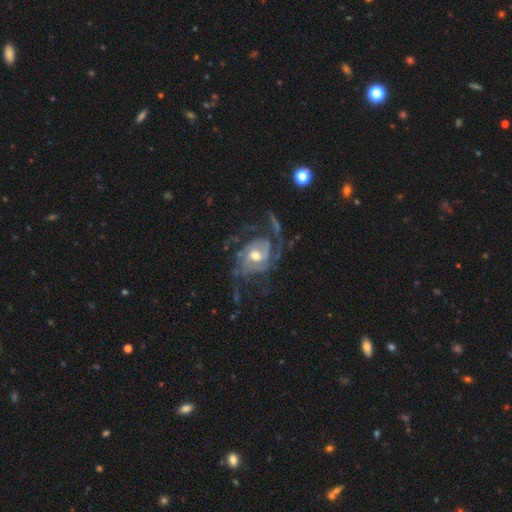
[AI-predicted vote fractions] The model was most divided on "bar": no: 46%, weak: 41%, strong: 13%. Remaining: edge-on disk — no (97%); spiral arms — yes (94%); smooth or featured — featured or disk (88%); bulge size — moderate (71%); merging — none (48%); spiral winding — medium (41%); spiral arm count — 2 (37%).